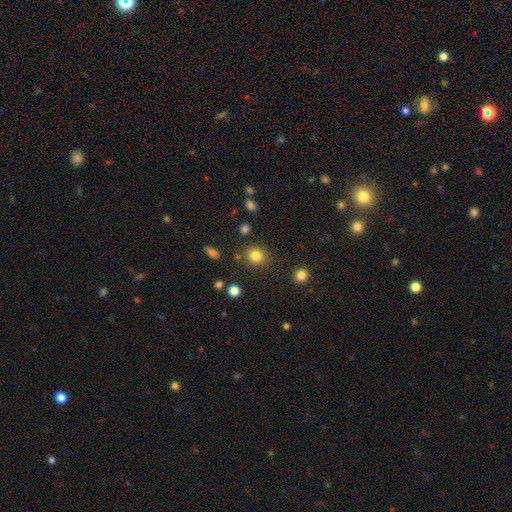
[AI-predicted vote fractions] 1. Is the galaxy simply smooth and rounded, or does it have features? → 83% smooth, 12% star or artifact, 6% featured or disk.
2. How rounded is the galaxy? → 80% round, 19% in between, 1% cigar-shaped.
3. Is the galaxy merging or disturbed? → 82% none, 10% minor disturbance, 4% merger, 4% major disturbance.